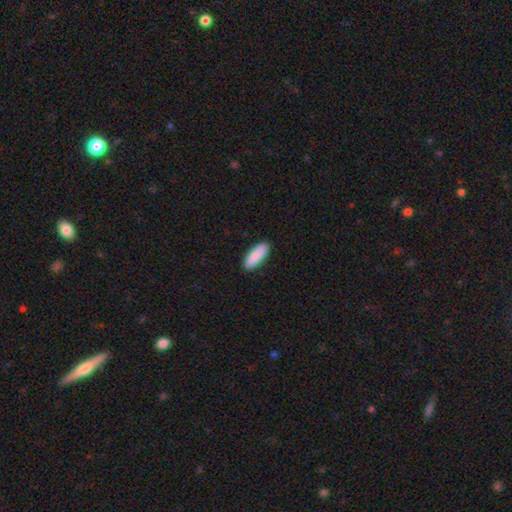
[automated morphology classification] Smooth or featured?
  - smooth: 88% *
  - featured or disk: 6%
  - star or artifact: 5%
How rounded?
  - in between: 70% *
  - cigar-shaped: 28%
  - round: 2%
Merging?
  - none: 90% *
  - minor disturbance: 8%
  - major disturbance: 2%
  - merger: 1%